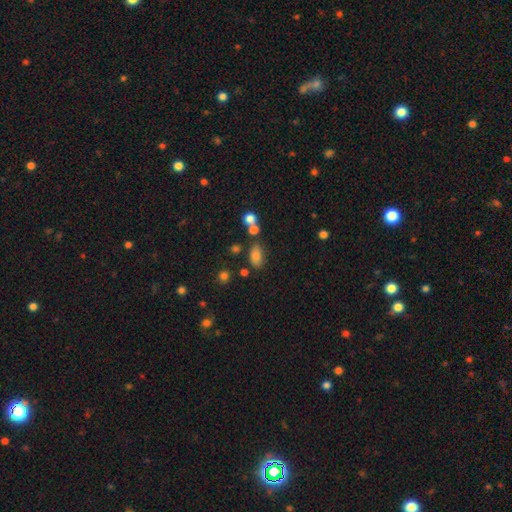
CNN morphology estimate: smooth_or_featured: smooth (p=0.77) [alt: star or artifact p=0.14]
how_rounded: in between (p=0.86) [alt: round p=0.09]
merging: none (p=0.62) [alt: minor disturbance p=0.16]